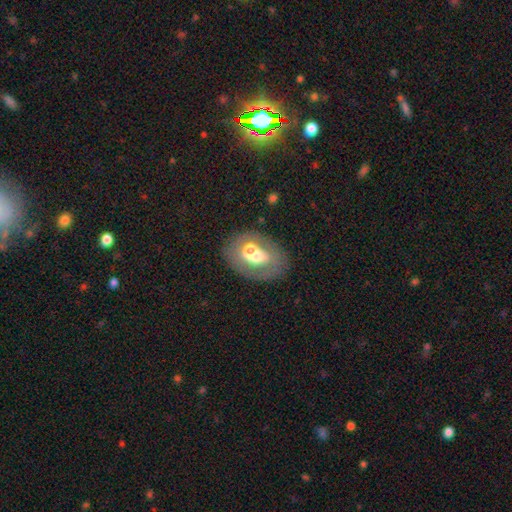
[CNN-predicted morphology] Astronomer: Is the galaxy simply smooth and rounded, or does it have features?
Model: smooth — 45%, tied with featured or disk at 45%.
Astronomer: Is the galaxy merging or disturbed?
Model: none — 46% (runner-up: merger, 26%).